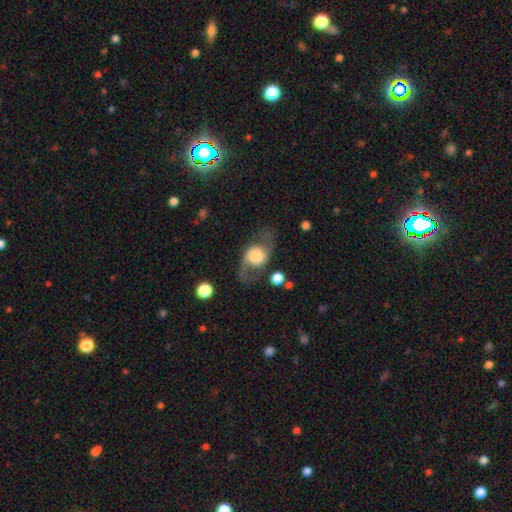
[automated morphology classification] featured or disk 67%, smooth 26%, star or artifact 7%. Down the decision tree: edge-on disk — no (91%); bar — no (68%); spiral arms — yes (81%); bulge size — large (53%); merging — none (73%).